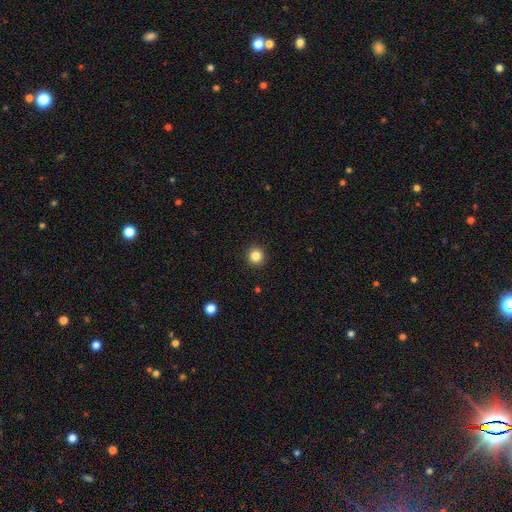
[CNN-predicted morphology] The model was most divided on "smooth or featured": smooth: 85%, star or artifact: 11%, featured or disk: 4%. More confident: how rounded — round (95%); merging — none (93%).